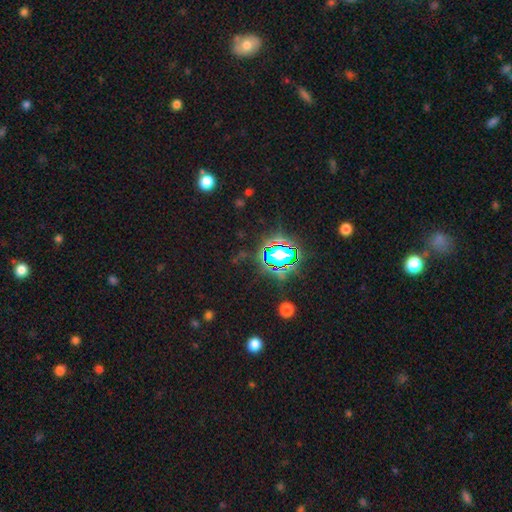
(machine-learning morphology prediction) The model was most divided on "smooth or featured": star or artifact: 80%, smooth: 13%, featured or disk: 7%.